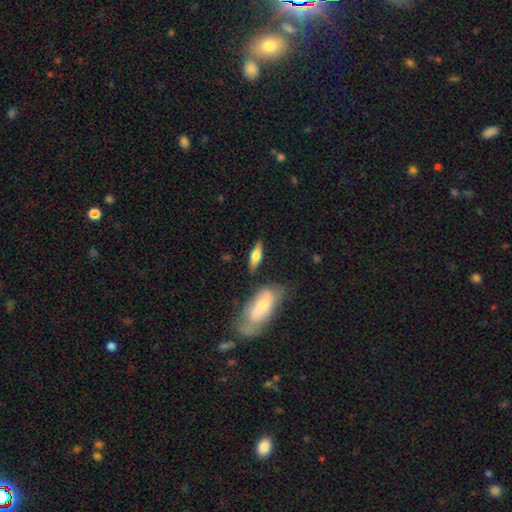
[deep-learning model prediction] smooth_or_featured: smooth (p=0.53) [alt: featured or disk p=0.40]
how_rounded: in between (p=0.48) [tied with: cigar-shaped p=0.48]
merging: none (p=0.76) [alt: minor disturbance p=0.14]